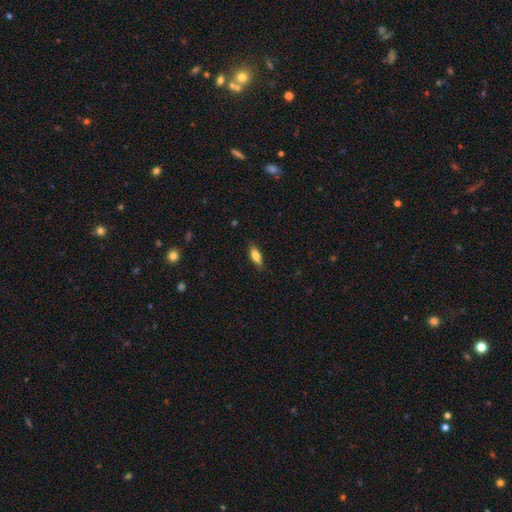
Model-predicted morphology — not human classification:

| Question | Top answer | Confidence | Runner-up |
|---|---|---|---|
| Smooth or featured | smooth | 77% | featured or disk (16%) |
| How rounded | in between | 69% | cigar-shaped (28%) |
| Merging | none | 84% | minor disturbance (12%) |